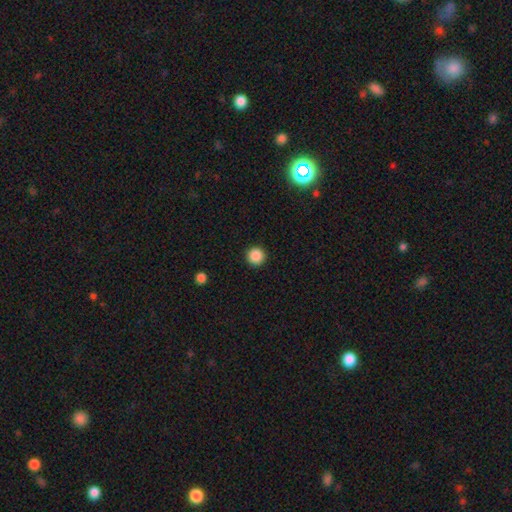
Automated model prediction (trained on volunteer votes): Smooth or featured?
  - smooth: 87% *
  - star or artifact: 10%
  - featured or disk: 3%
How rounded?
  - round: 96% *
  - in between: 3%
  - cigar-shaped: 1%
Merging?
  - none: 93% *
  - minor disturbance: 4%
  - major disturbance: 2%
  - merger: 1%